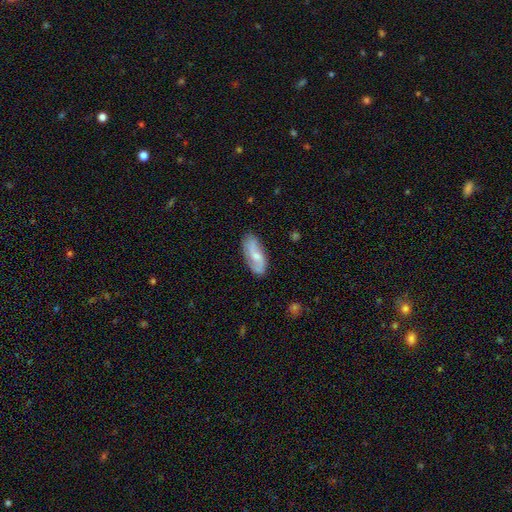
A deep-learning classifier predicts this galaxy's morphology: Smooth or featured? Predicted: featured or disk (p=0.54). Edge-on disk? Predicted: no (p=0.91). Merging? Predicted: none (p=0.78).